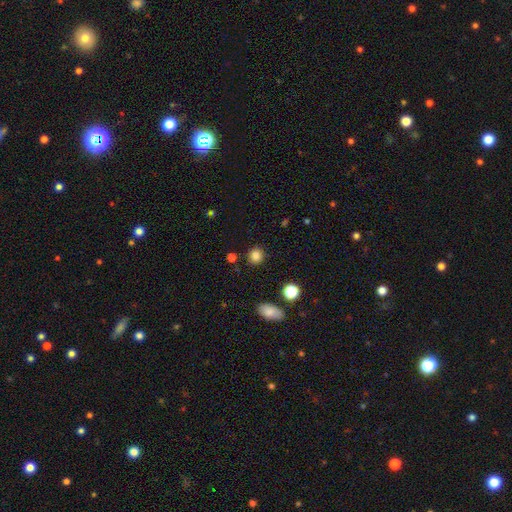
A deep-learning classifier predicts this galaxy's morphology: Smooth or featured?
  - smooth: 84% *
  - star or artifact: 11%
  - featured or disk: 5%
How rounded?
  - round: 85% *
  - in between: 14%
  - cigar-shaped: 1%
Merging?
  - none: 87% *
  - minor disturbance: 8%
  - major disturbance: 3%
  - merger: 2%